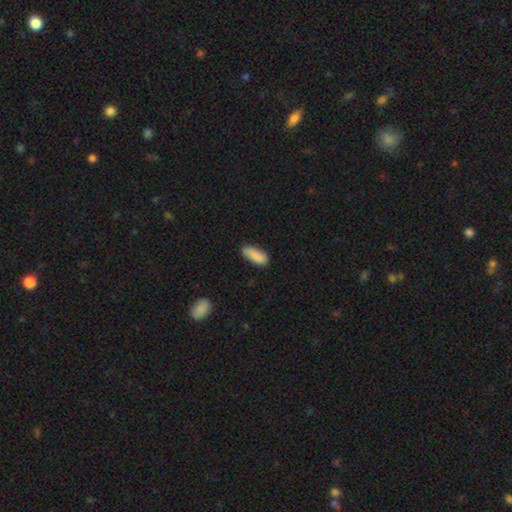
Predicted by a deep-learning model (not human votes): Smooth or featured? smooth (89%)
How rounded? in between (78%)
Merging? none (78%)